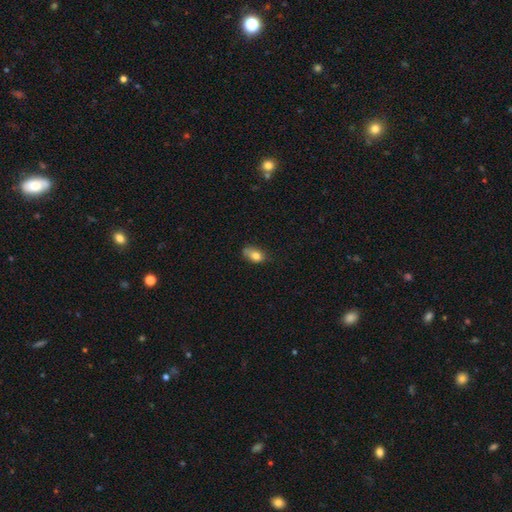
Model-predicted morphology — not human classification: Q: Smooth or featured?
A: smooth (77%); runner-up: featured or disk (13%)
Q: How rounded?
A: in between (82%); runner-up: round (14%)
Q: Merging?
A: none (49%); runner-up: minor disturbance (36%)